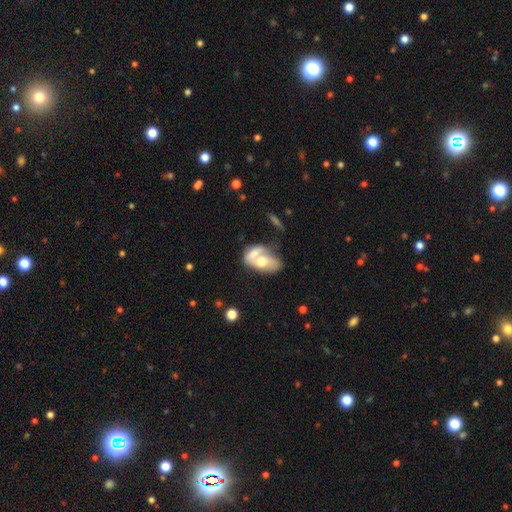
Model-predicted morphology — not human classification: smooth 53%, featured or disk 41%, star or artifact 7%. Down the decision tree: how rounded — in between (85%); merging — merger (67%).